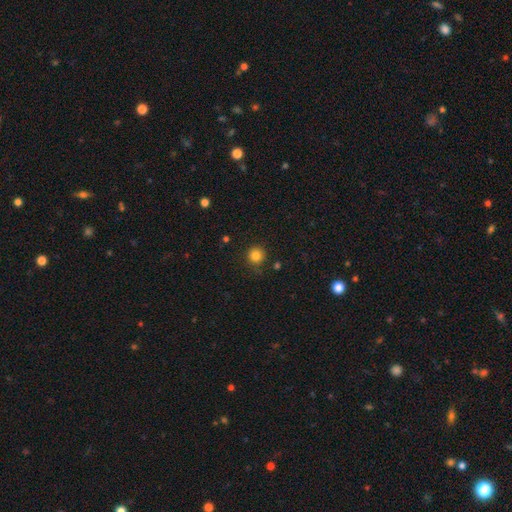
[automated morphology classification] Smooth or featured: smooth — 82% (star or artifact — 13%)
How rounded: round — 94% (in between — 5%)
Merging: none — 85% (minor disturbance — 10%)